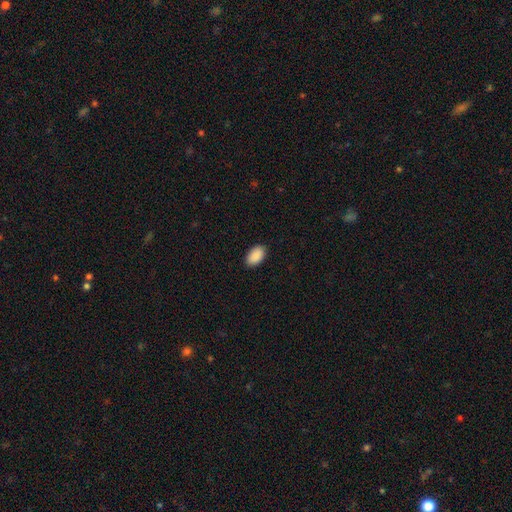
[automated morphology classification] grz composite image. It shows a smooth galaxy with no disk features (91%) that is in between round and cigar-shaped (94%). Merging: none (90%).